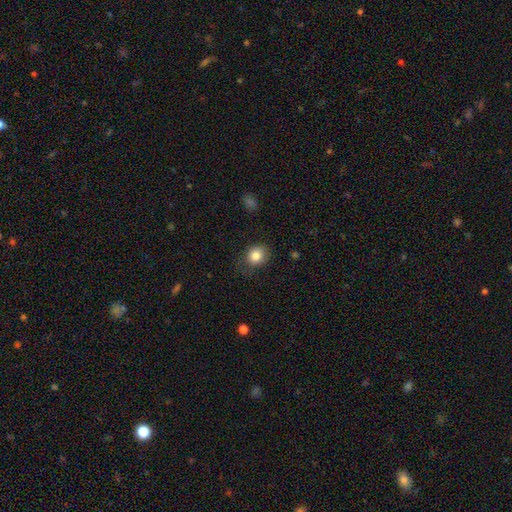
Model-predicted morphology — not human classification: type=smooth (83%); roundness=round (65%); merging=none (73%).